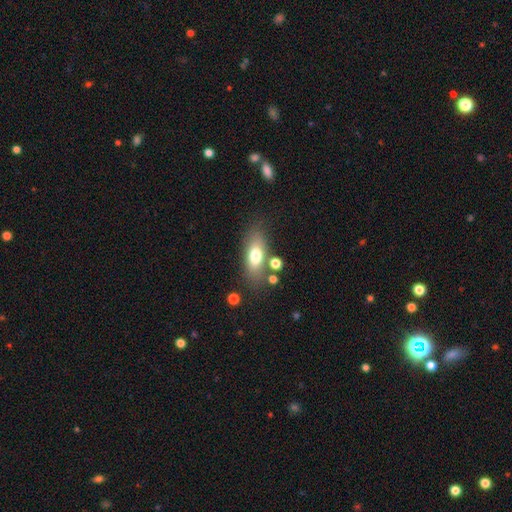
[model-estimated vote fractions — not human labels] Smooth or featured: smooth — 70% (featured or disk — 21%)
How rounded: in between — 75% (cigar-shaped — 20%)
Merging: none — 72% (minor disturbance — 15%)